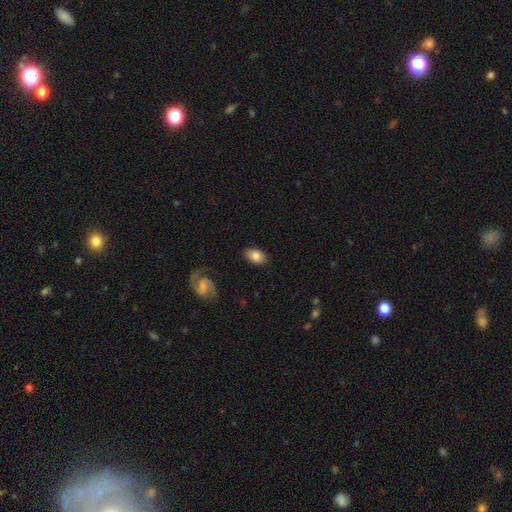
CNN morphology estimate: Q: Smooth or featured?
A: smooth (78%); runner-up: featured or disk (15%)
Q: How rounded?
A: in between (88%); runner-up: round (10%)
Q: Merging?
A: none (82%); runner-up: minor disturbance (13%)